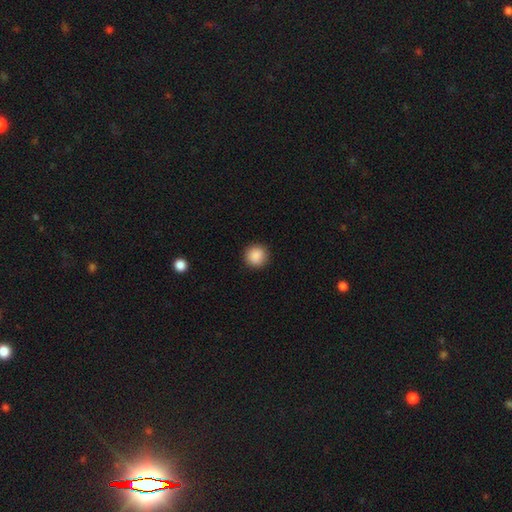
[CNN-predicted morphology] The model was most divided on "smooth or featured": smooth: 89%, star or artifact: 8%, featured or disk: 3%. More confident: how rounded — round (94%); merging — none (91%).